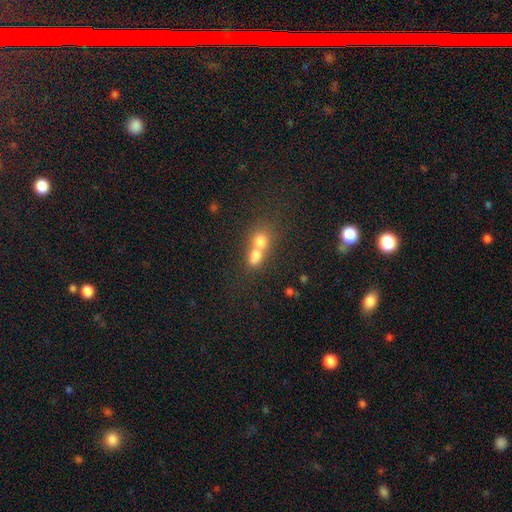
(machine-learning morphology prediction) This appears to be a smooth galaxy with no disk features (72%) that is round (52%). Merging: merger (71%).